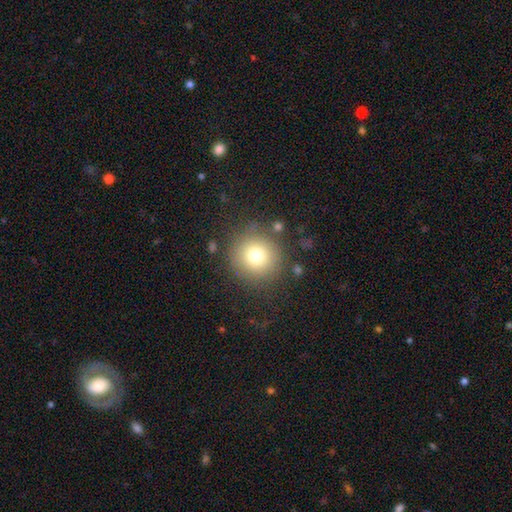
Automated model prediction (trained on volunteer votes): Smooth or featured?
  - smooth: 78% *
  - star or artifact: 12%
  - featured or disk: 10%
How rounded?
  - round: 94% *
  - in between: 5%
  - cigar-shaped: 1%
Merging?
  - none: 82% *
  - minor disturbance: 10%
  - major disturbance: 5%
  - merger: 3%